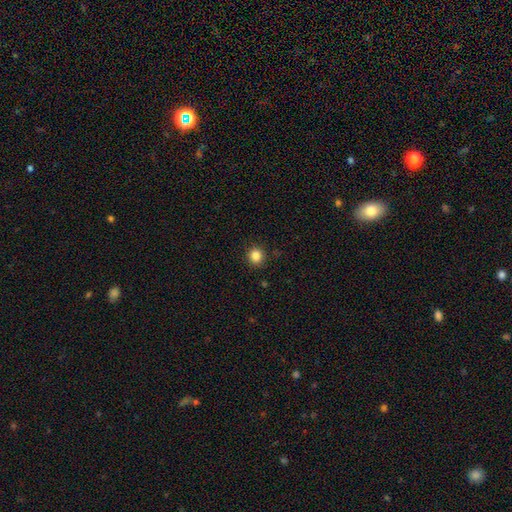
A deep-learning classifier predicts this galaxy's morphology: This is clearly a smooth galaxy (85%). How rounded: clearly round (90%). Merging: clearly none (91%).